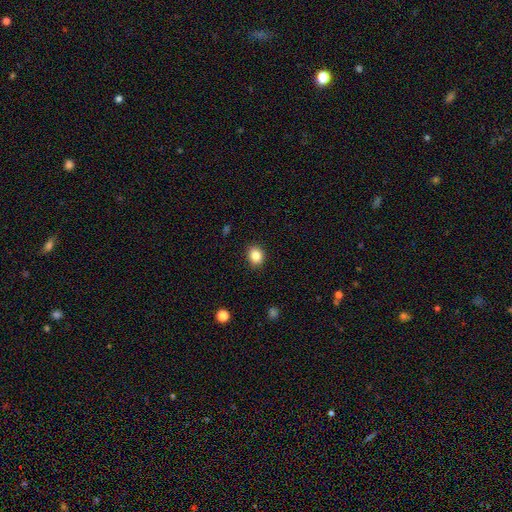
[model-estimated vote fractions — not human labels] smooth_or_featured: smooth (p=0.84) [alt: star or artifact p=0.10]
how_rounded: round (p=0.60) [alt: in between p=0.39]
merging: none (p=0.90) [alt: minor disturbance p=0.07]